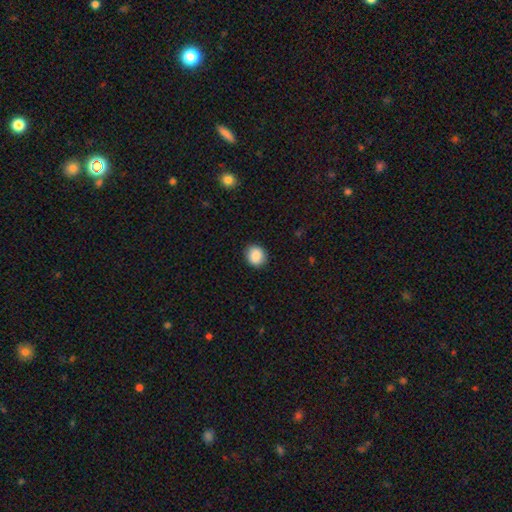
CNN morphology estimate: A smooth galaxy with no disk features (88%) that is round (81%).

Vote fractions:
- Smooth or featured? smooth: 88% / star or artifact: 8% / featured or disk: 4%
- How rounded? round: 81% / in between: 18% / cigar-shaped: 1%
- Merging? none: 90% / minor disturbance: 7% / major disturbance: 2% / merger: 1%